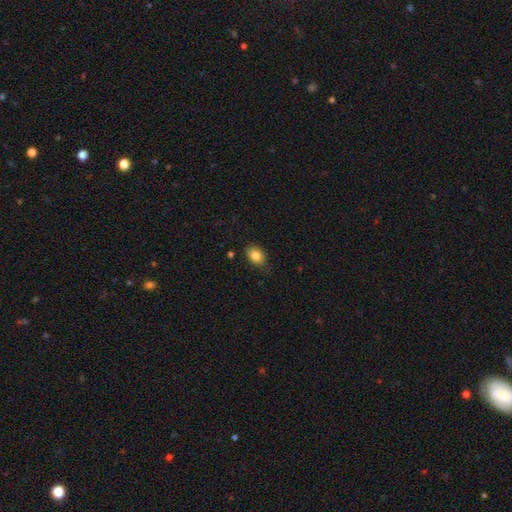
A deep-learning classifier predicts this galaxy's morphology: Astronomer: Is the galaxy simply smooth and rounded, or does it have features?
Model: smooth — 84%.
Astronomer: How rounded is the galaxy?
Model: in between — 77%.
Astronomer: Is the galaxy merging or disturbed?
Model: none — 79%.